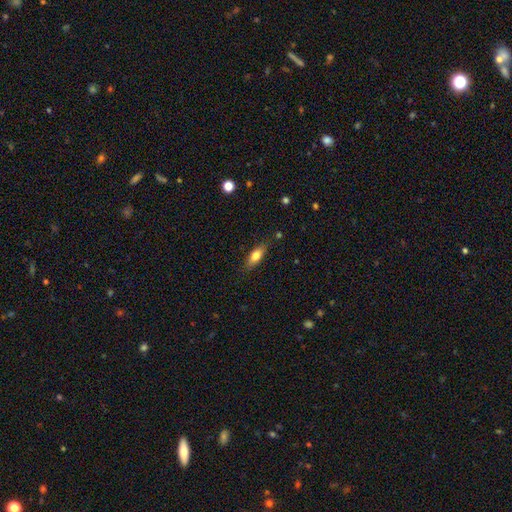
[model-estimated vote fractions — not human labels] The model was most divided on "how rounded": in between: 70%, cigar-shaped: 27%, round: 3%. More confident: merging — none (82%); smooth or featured — smooth (73%).